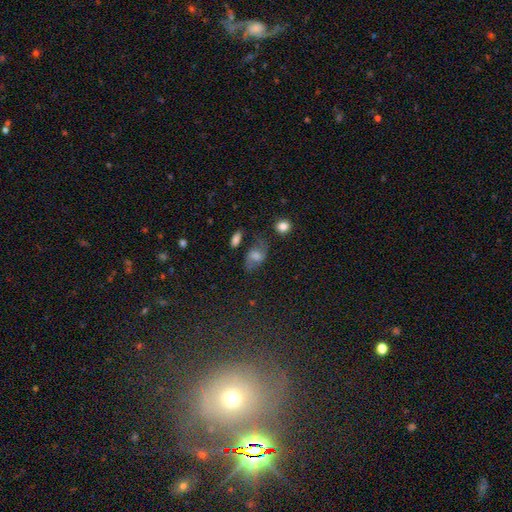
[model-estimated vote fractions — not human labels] This is possibly a smooth galaxy (58%). How rounded: clearly in between (80%). Merging: possibly none (53%).